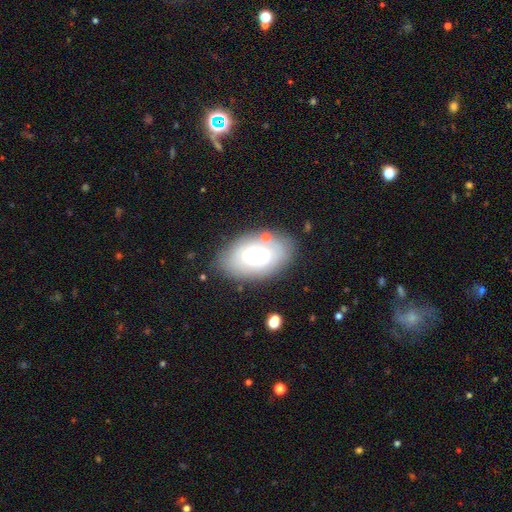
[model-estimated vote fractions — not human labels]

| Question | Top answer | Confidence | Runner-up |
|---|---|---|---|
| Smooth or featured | smooth | 62% | featured or disk (30%) |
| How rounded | in between | 90% | round (8%) |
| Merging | none | 74% | minor disturbance (15%) |